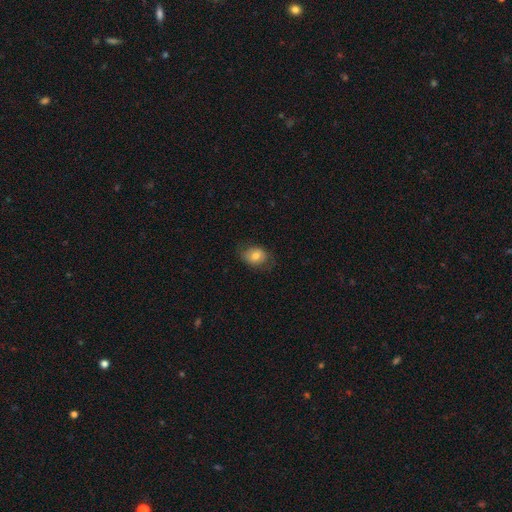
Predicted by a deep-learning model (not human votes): This appears to be a smooth galaxy with no disk features (72%) that is in between round and cigar-shaped (61%). Merging: none (70%).